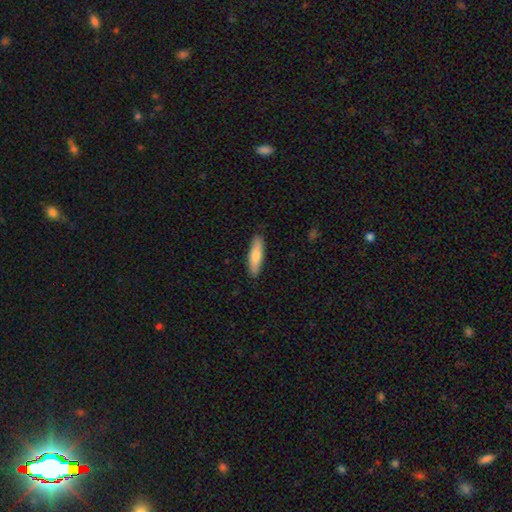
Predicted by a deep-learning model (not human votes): smooth-or-featured: smooth: 75% | featured or disk: 20% | star or artifact: 5%
  how-rounded: cigar-shaped: 70% | in between: 28% | round: 2%
  merging: none: 89% | minor disturbance: 8% | major disturbance: 2% | merger: 1%